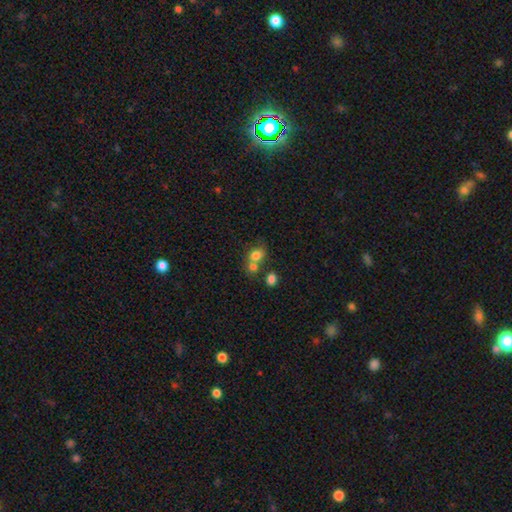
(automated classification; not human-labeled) A smooth galaxy with no disk features (77%) that is round (52%). Merging: merger (46%).